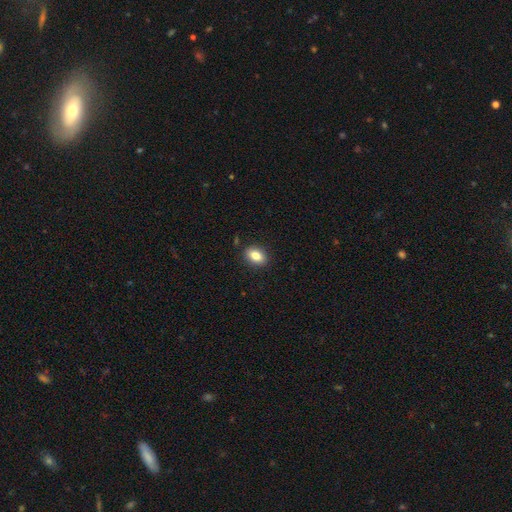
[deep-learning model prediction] smooth_or_featured: smooth (p=0.82) [alt: featured or disk p=0.09]
how_rounded: in between (p=0.80) [alt: round p=0.19]
merging: none (p=0.88) [alt: minor disturbance p=0.08]